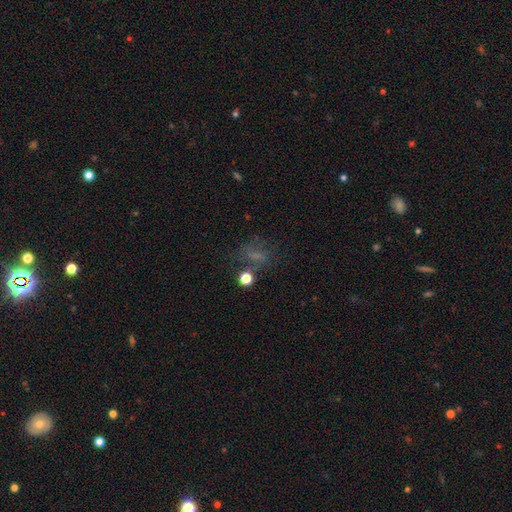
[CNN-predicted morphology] This appears to be a smooth galaxy with no disk features (50%). Merging: none (55%).